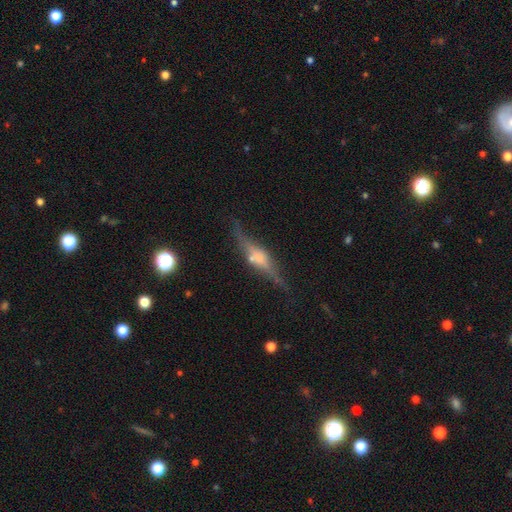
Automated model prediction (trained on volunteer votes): Smooth or featured?
  - featured or disk: 77% *
  - smooth: 15%
  - star or artifact: 8%
Edge-on disk?
  - yes: 94% *
  - no: 6%
Edge-on bulge?
  - rounded: 78% *
  - boxy: 16%
  - none: 6%
Merging?
  - none: 74% *
  - minor disturbance: 17%
  - major disturbance: 6%
  - merger: 3%